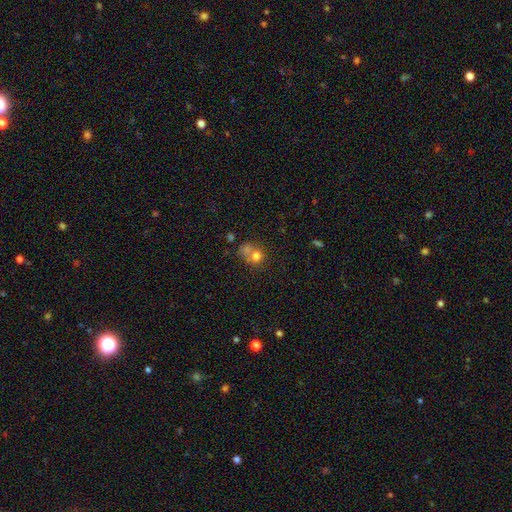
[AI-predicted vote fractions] A smooth galaxy with no disk features (70%) that is round (77%). Merging: merger (44%).